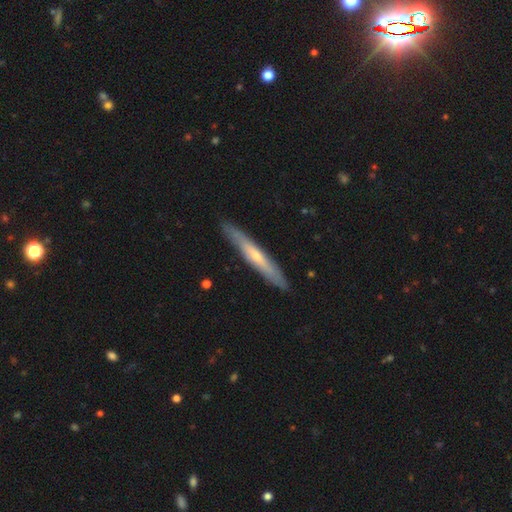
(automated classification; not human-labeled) The model was most divided on "smooth or featured": featured or disk: 56%, smooth: 38%, star or artifact: 5%. More confident: merging — none (88%); edge-on disk — yes (86%).